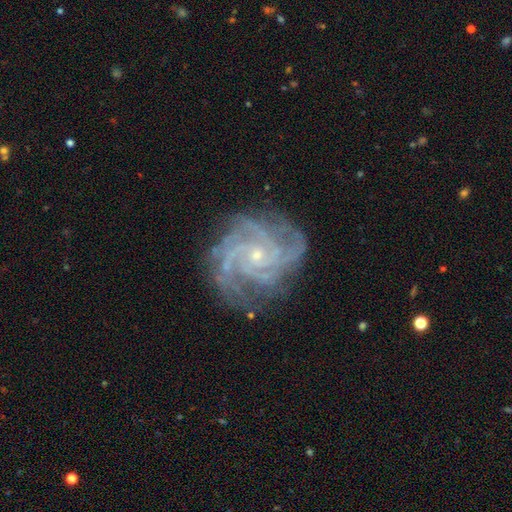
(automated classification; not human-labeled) featured or disk 91%, star or artifact 6%, smooth 3%. Down the decision tree: edge-on disk — no (98%); bar — no (72%); spiral arms — yes (98%); spiral arm count — 4 (33%); spiral winding — tight (63%); bulge size — small (82%); merging — none (78%).